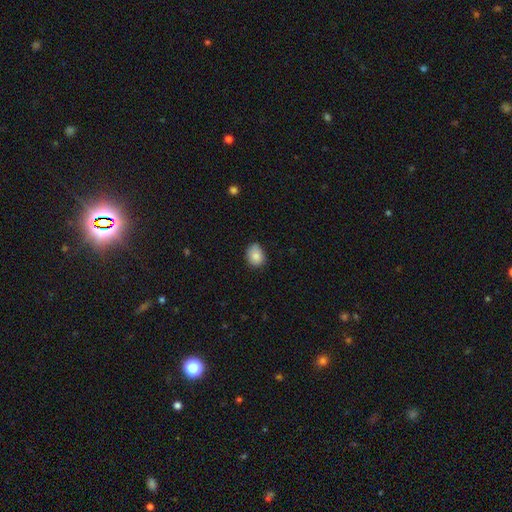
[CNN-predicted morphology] Overall: smooth (85%). How rounded: in between (53%; round 46%). Merging: none (67%; minor disturbance 28%).